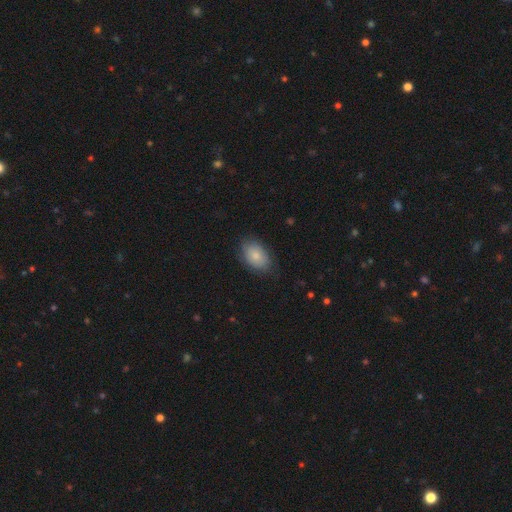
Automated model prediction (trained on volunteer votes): smooth 82%, featured or disk 11%, star or artifact 7%. Down the decision tree: how rounded — in between (88%); merging — none (79%).